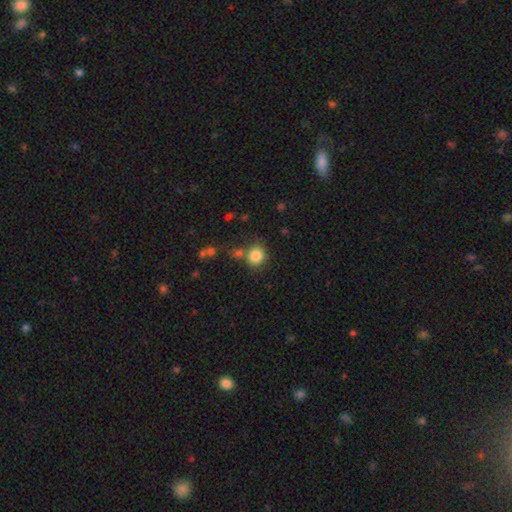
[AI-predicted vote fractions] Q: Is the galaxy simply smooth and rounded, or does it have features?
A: smooth — 84%.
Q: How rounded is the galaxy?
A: round — 83%.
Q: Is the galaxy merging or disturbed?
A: none — 67%.